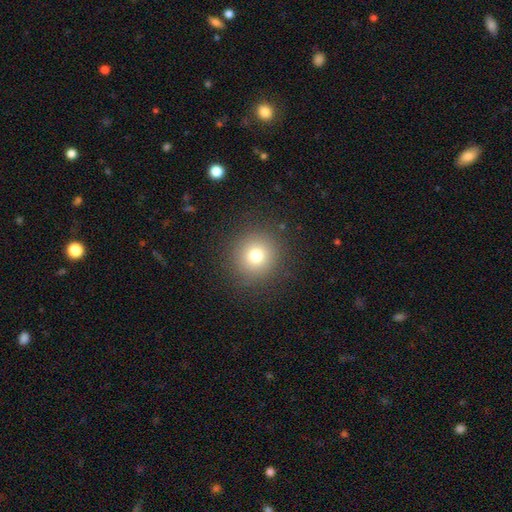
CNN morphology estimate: smooth_or_featured: smooth (p=0.76) [alt: star or artifact p=0.15]
how_rounded: round (p=0.93) [alt: in between p=0.06]
merging: none (p=0.89) [alt: minor disturbance p=0.06]